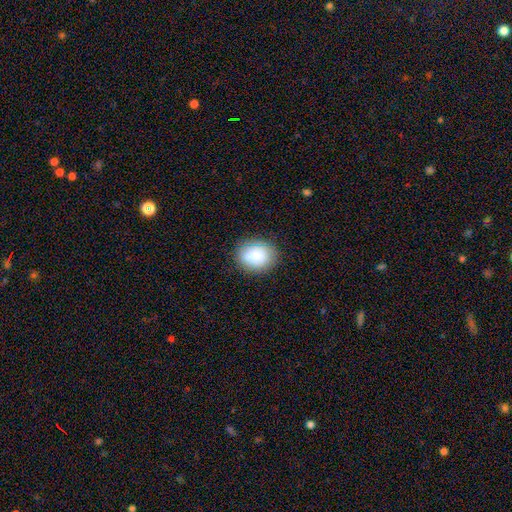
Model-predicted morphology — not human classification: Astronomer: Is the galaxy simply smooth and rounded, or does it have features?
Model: smooth — 82%.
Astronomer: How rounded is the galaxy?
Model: round — 62% (runner-up: in between, 37%).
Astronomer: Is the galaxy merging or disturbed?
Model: none — 84%.